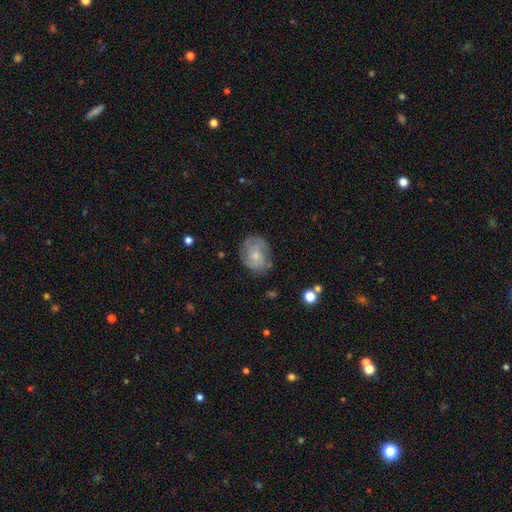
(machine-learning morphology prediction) featured or disk 58%, smooth 34%, star or artifact 7%. Down the decision tree: edge-on disk — no (97%); bar — no (75%); spiral arms — yes (83%); bulge size — small (57%); merging — none (70%).